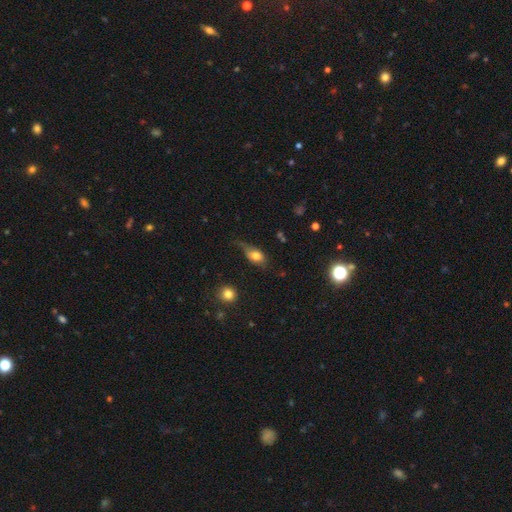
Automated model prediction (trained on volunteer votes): A smooth galaxy with no disk features (73%) that is in between round and cigar-shaped (80%). Merging: none (36%).